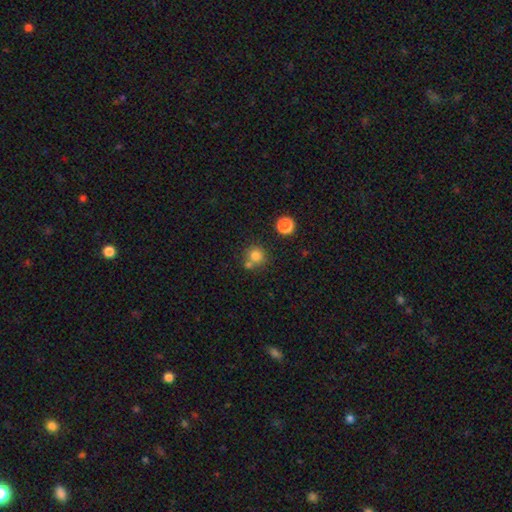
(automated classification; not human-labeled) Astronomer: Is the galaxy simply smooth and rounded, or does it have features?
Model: smooth — 78%.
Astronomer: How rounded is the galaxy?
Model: round — 91%.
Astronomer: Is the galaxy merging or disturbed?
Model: none — 61%.